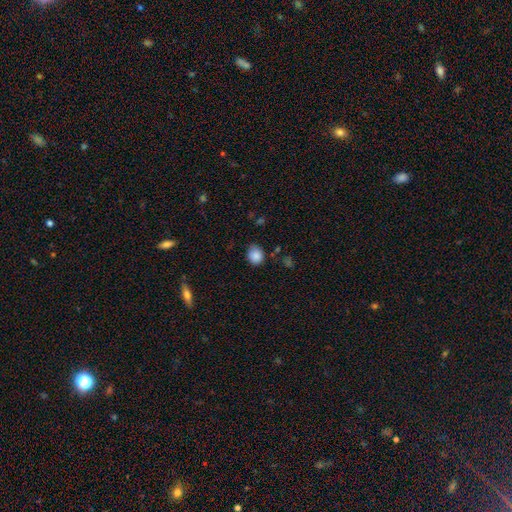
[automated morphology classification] Overall: smooth (86%). How rounded: round (66%; in between 33%). Merging: none (70%).